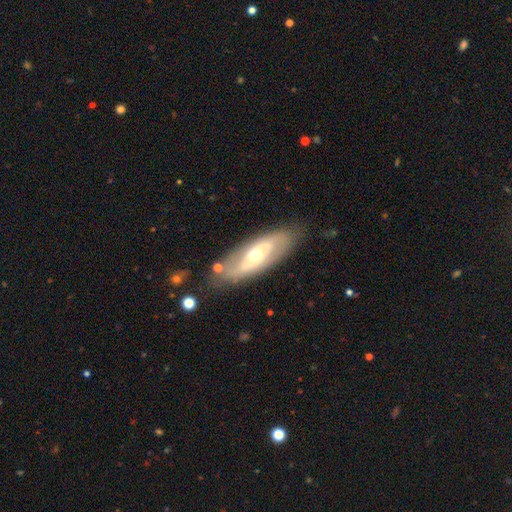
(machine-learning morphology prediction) smooth-or-featured: featured or disk: 67% | smooth: 28% | star or artifact: 6%
  disk-edge-on: no: 82% | yes: 18%
    bar: no: 59% | weak: 27% | strong: 15%
    has-spiral-arms: yes: 53% | no: 47%
    bulge-size: moderate: 66% | small: 27% | large: 6% | dominant: 1% | none: 1%
  merging: none: 78% | minor disturbance: 14% | major disturbance: 5% | merger: 3%